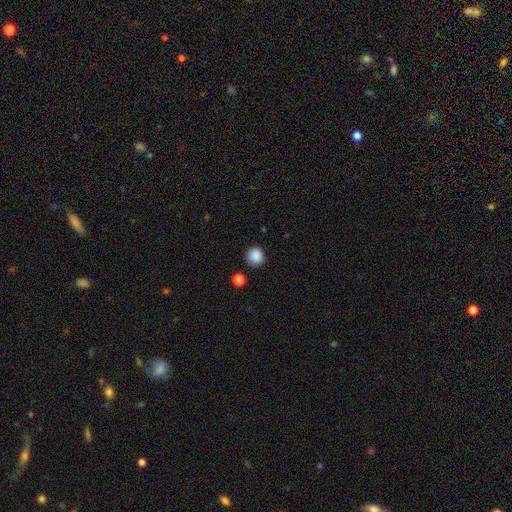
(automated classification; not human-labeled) Smooth or featured?
  - smooth: 88% *
  - star or artifact: 9%
  - featured or disk: 3%
How rounded?
  - round: 90% *
  - in between: 9%
  - cigar-shaped: 1%
Merging?
  - none: 88% *
  - minor disturbance: 8%
  - merger: 2%
  - major disturbance: 2%